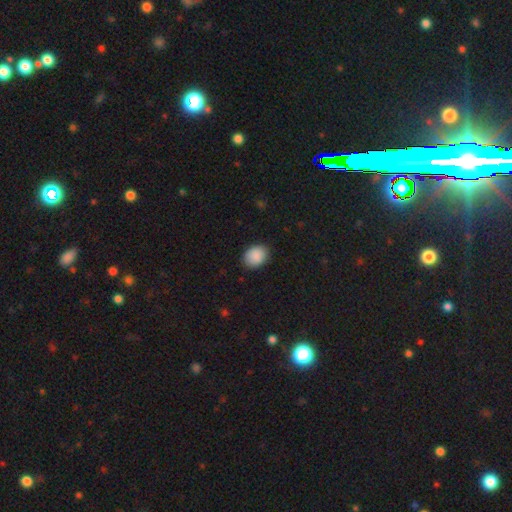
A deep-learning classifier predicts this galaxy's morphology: Smooth or featured?
  - smooth: 90% *
  - star or artifact: 7%
  - featured or disk: 3%
How rounded?
  - in between: 57% *
  - round: 42%
  - cigar-shaped: 1%
Merging?
  - none: 86% *
  - minor disturbance: 11%
  - major disturbance: 2%
  - merger: 1%